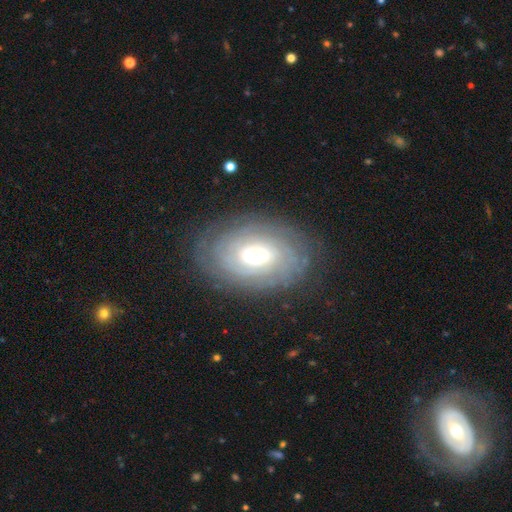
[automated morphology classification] Smooth or featured: featured or disk — 76% (smooth — 17%)
Edge-on disk: no — 96% (yes — 4%)
Bar: no — 75% (weak — 19%)
Spiral arms: yes — 87% (no — 13%)
Spiral winding: tight — 82% (medium — 14%)
Spiral arm count: can't tell — 56% (2 — 12%)
Bulge size: small — 51% (moderate — 37%)
Merging: none — 80% (minor disturbance — 14%)